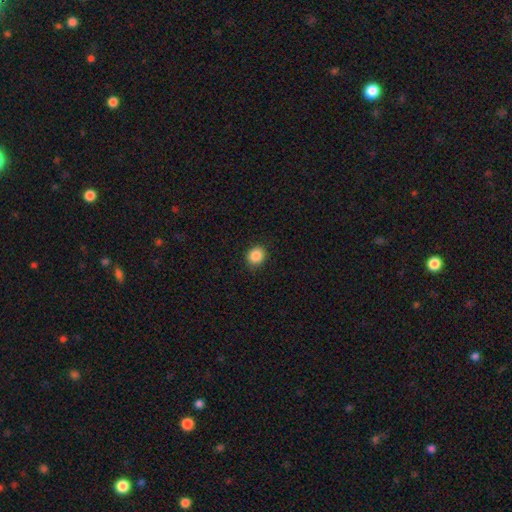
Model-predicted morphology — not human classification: A smooth galaxy with no disk features (87%) that is round (78%). Merging: none (90%).